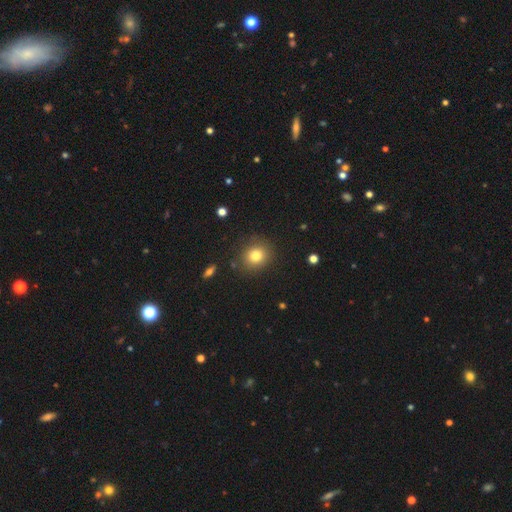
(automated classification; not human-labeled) Smooth or featured? smooth (80%)
How rounded? round (80%)
Merging? none (87%)